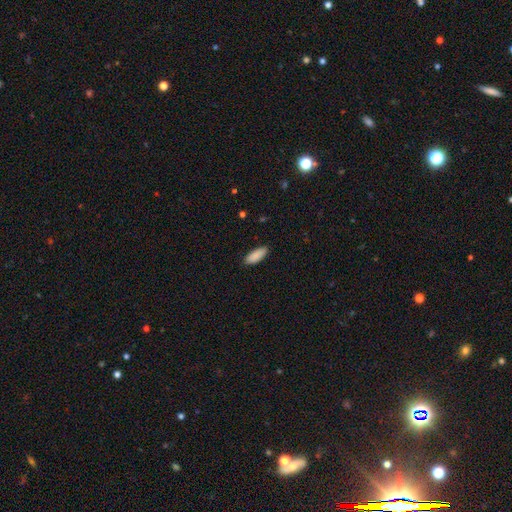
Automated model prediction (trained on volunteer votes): smooth-or-featured: smooth: 90% | star or artifact: 6% | featured or disk: 4%
  how-rounded: in between: 72% | cigar-shaped: 27% | round: 2%
  merging: none: 87% | minor disturbance: 10% | major disturbance: 2% | merger: 1%